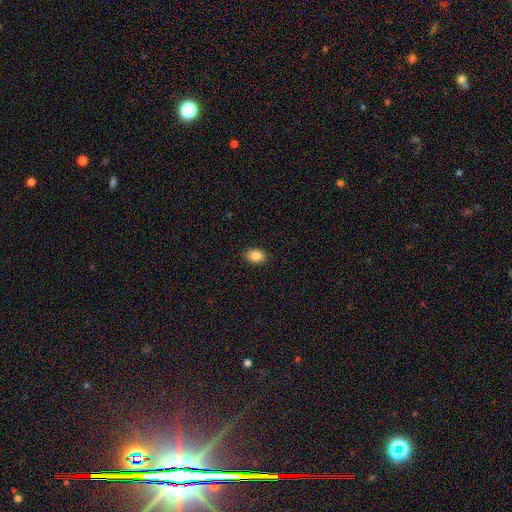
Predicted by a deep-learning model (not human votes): Q: Smooth or featured?
A: smooth (87%); runner-up: star or artifact (8%)
Q: How rounded?
A: in between (83%); runner-up: round (16%)
Q: Merging?
A: none (89%); runner-up: minor disturbance (8%)